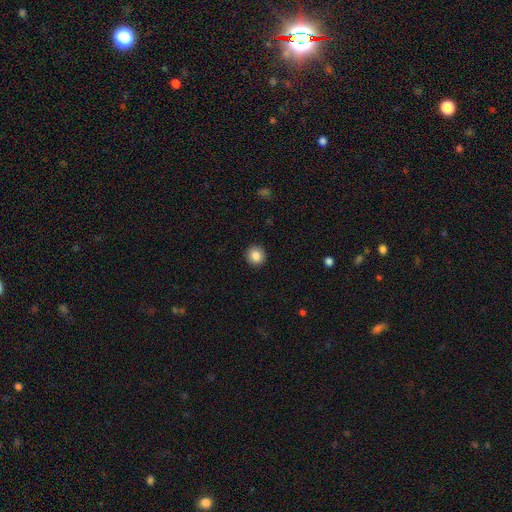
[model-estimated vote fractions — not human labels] The model was most divided on "smooth or featured": smooth: 86%, star or artifact: 9%, featured or disk: 6%. More confident: merging — none (92%); how rounded — round (92%).